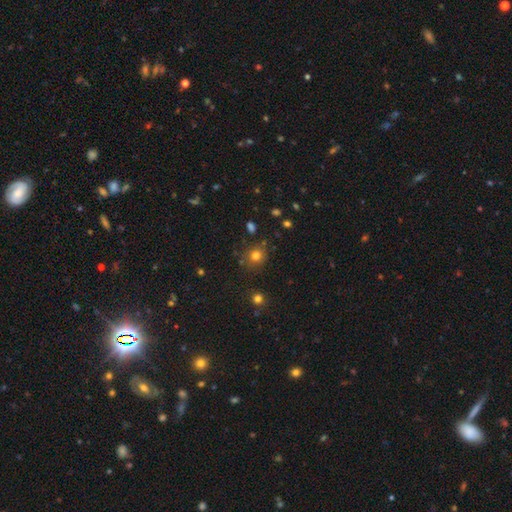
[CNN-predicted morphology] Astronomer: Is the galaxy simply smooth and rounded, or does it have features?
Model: smooth — 76%.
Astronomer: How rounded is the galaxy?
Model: round — 86%.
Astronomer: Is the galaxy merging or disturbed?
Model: none — 81%.